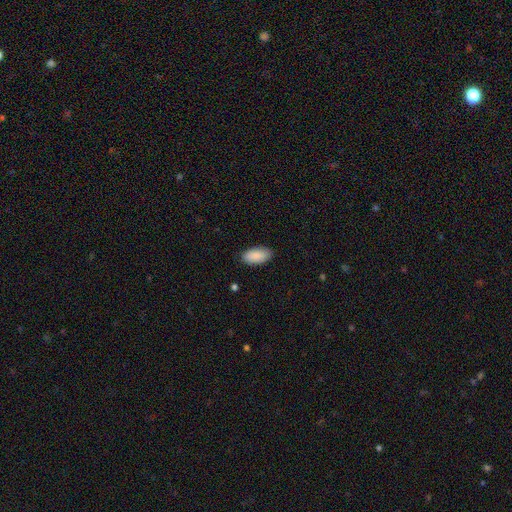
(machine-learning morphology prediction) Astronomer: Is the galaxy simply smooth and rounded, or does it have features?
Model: smooth — 89%.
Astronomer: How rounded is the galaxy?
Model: in between — 94%.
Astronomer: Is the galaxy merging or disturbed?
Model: none — 87%.